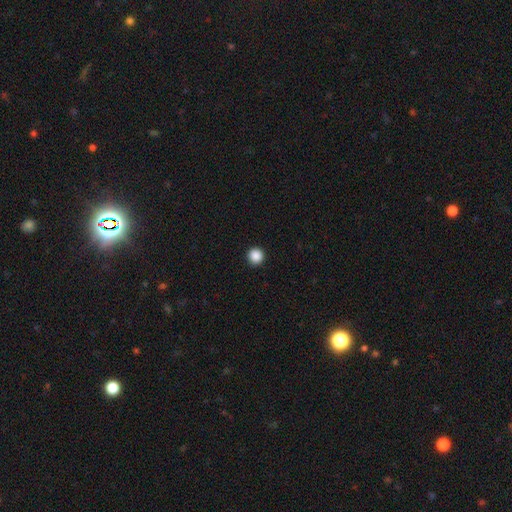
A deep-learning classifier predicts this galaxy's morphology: smooth_or_featured: smooth (p=0.88) [alt: star or artifact p=0.10]
how_rounded: round (p=0.96) [alt: in between p=0.03]
merging: none (p=0.93) [alt: minor disturbance p=0.04]